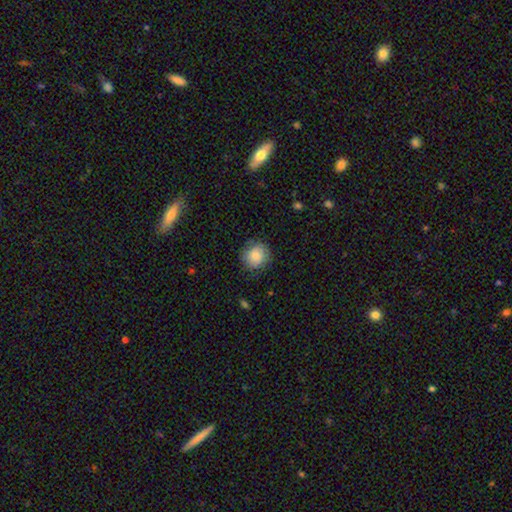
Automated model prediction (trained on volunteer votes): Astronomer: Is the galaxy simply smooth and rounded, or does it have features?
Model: smooth — 84%.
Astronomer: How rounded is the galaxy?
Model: round — 88%.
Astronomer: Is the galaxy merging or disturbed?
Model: none — 81%.